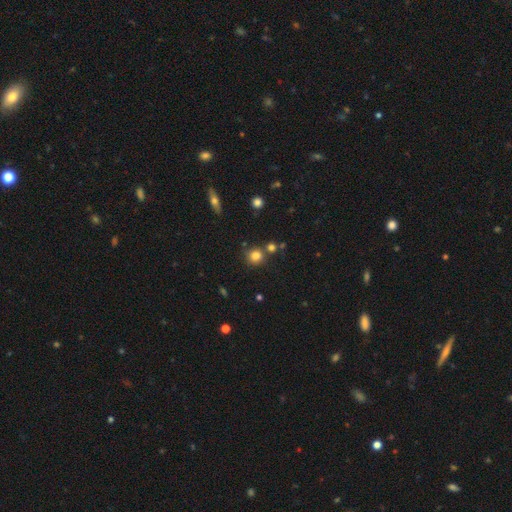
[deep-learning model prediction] The model was most divided on "merging": none: 74%, merger: 13%, minor disturbance: 9%, major disturbance: 3%. More confident: how rounded — round (89%); smooth or featured — smooth (80%).